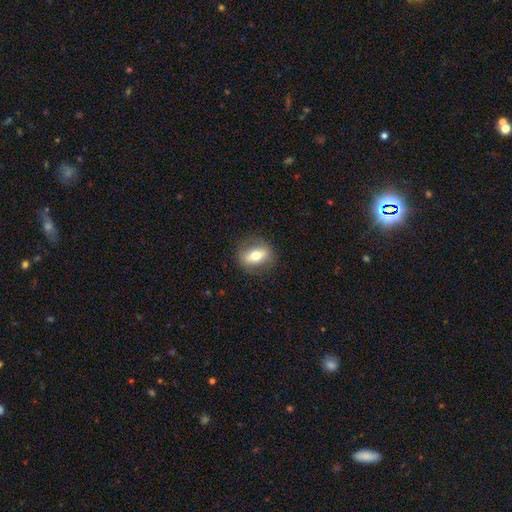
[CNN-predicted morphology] smooth-or-featured: smooth: 58% | featured or disk: 34% | star or artifact: 8%
  how-rounded: in between: 63% | round: 30% | cigar-shaped: 7%
  merging: none: 84% | minor disturbance: 11% | major disturbance: 4% | merger: 1%